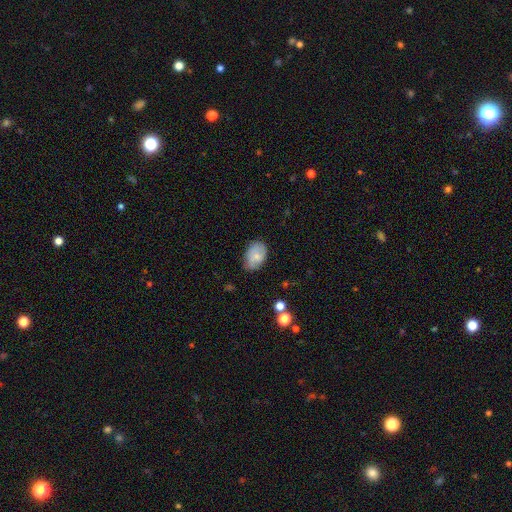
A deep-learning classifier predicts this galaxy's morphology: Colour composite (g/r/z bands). It shows a smooth galaxy with no disk features (70%) that is in between round and cigar-shaped (85%). Merging: none (67%).